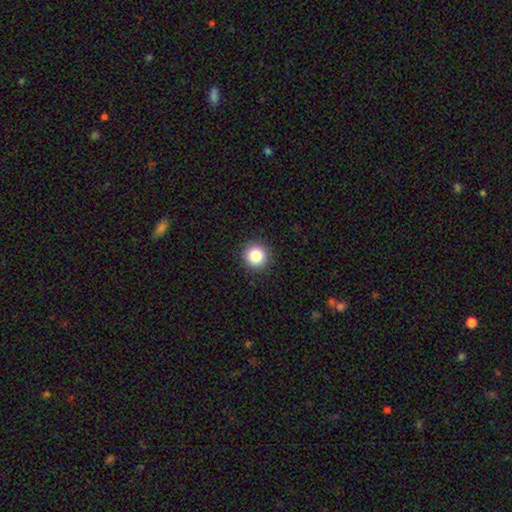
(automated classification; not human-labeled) Smooth or featured? smooth (84%)
How rounded? round (95%)
Merging? none (93%)